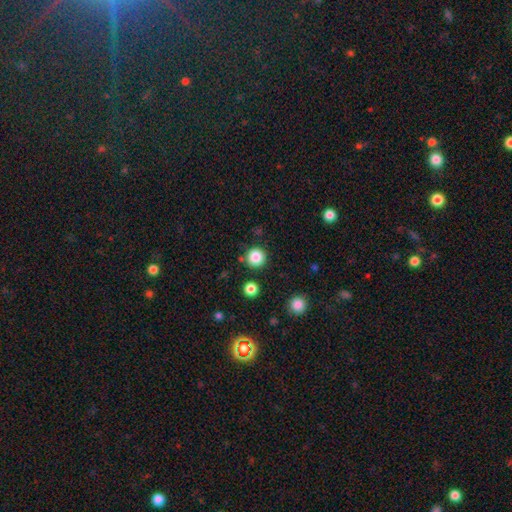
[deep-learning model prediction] Morphology: type=smooth (85%); roundness=round (94%); merging=none (87%).